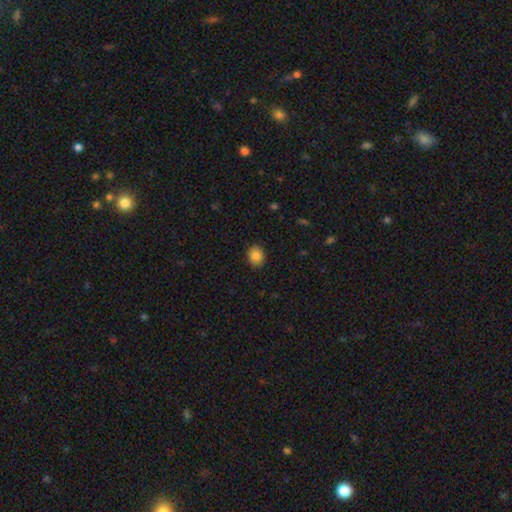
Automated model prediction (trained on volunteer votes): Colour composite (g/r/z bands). It shows a smooth galaxy with no disk features (85%) that is round (68%). Merging: none (88%).